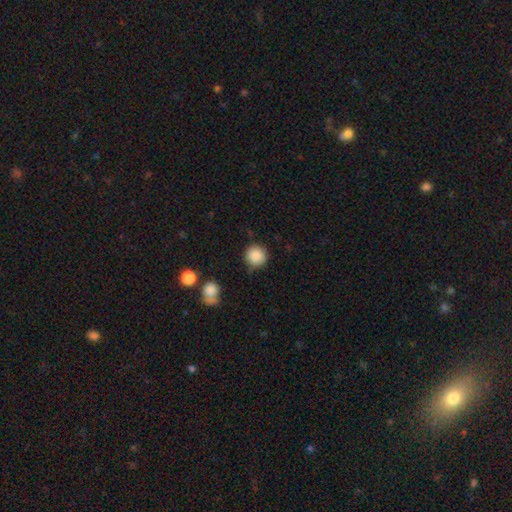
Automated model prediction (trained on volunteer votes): Smooth or featured: smooth — 87% (star or artifact — 9%)
How rounded: round — 94% (in between — 5%)
Merging: none — 85% (minor disturbance — 9%)